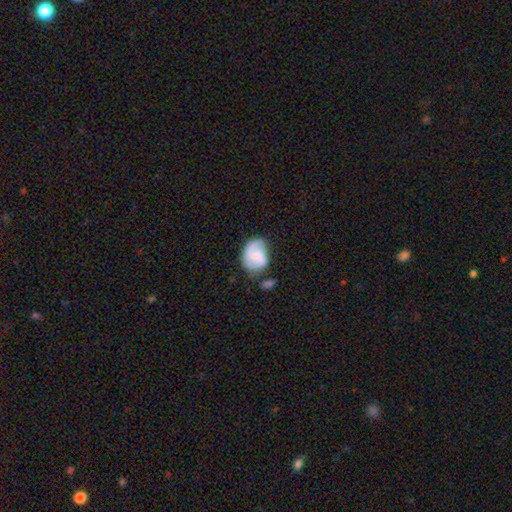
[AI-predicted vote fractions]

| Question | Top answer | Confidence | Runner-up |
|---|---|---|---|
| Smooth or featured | featured or disk | 51% | smooth (42%) |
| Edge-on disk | no | 98% | yes (2%) |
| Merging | none | 51% | minor disturbance (29%) |